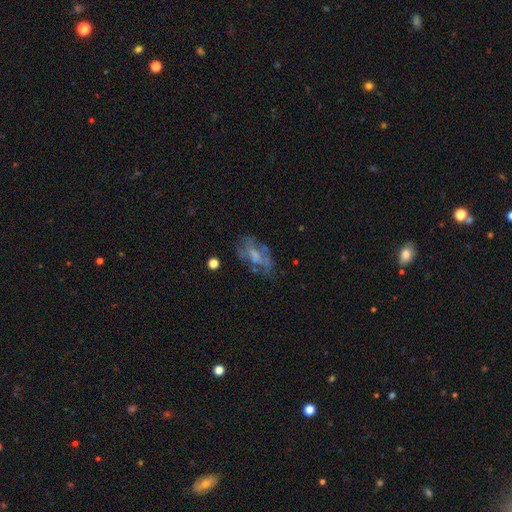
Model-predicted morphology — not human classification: smooth-or-featured: featured or disk: 50% | smooth: 39% | star or artifact: 11%
  disk-edge-on: no: 93% | yes: 7%
  merging: none: 48% | minor disturbance: 24% | major disturbance: 22% | merger: 7%